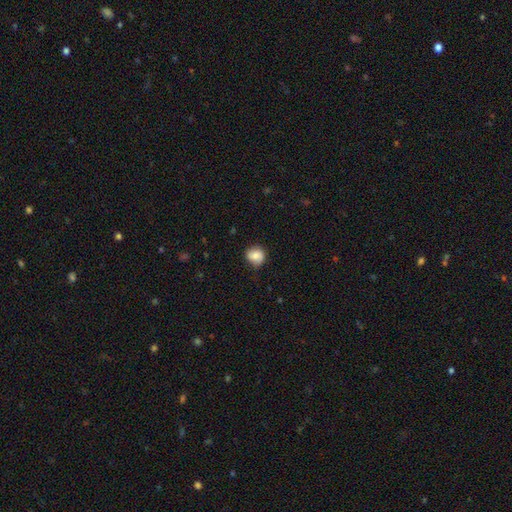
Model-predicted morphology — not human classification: smooth_or_featured: smooth (p=0.78) [alt: featured or disk p=0.14]
how_rounded: round (p=0.77) [alt: in between p=0.22]
merging: none (p=0.71) [alt: minor disturbance p=0.23]